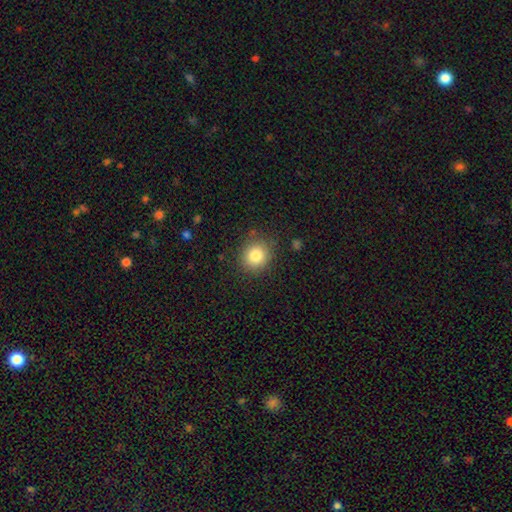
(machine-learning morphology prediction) Q: Smooth or featured?
A: smooth (82%); runner-up: star or artifact (11%)
Q: How rounded?
A: round (84%); runner-up: in between (15%)
Q: Merging?
A: none (85%); runner-up: minor disturbance (10%)